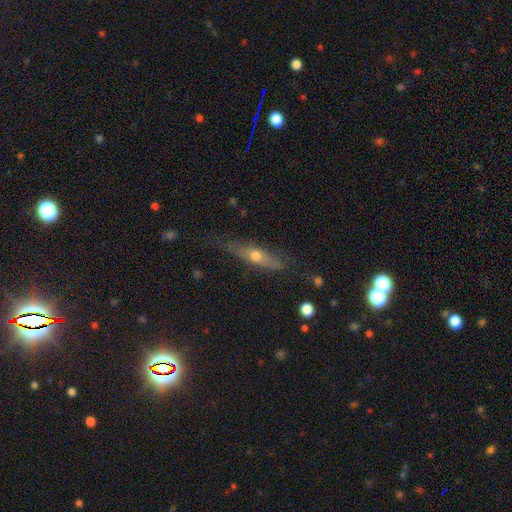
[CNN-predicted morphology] smooth_or_featured: featured or disk (p=0.56) [alt: smooth p=0.34]
disk_edge_on: yes (p=0.84) [alt: no p=0.16]
merging: none (p=0.76) [alt: minor disturbance p=0.18]